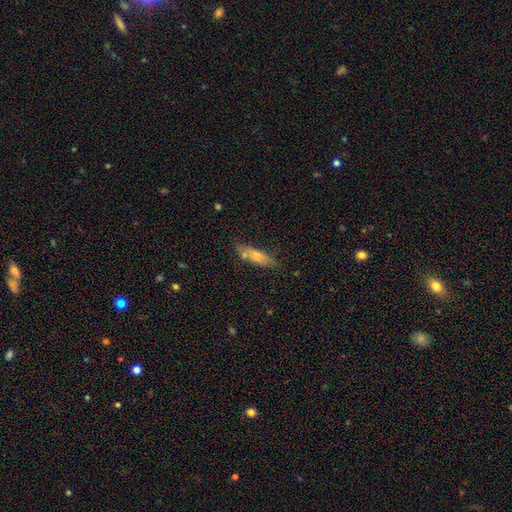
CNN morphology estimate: smooth_or_featured: smooth (p=0.72) [alt: featured or disk p=0.20]
how_rounded: cigar-shaped (p=0.53) [alt: in between p=0.45]
merging: none (p=0.68) [alt: minor disturbance p=0.19]